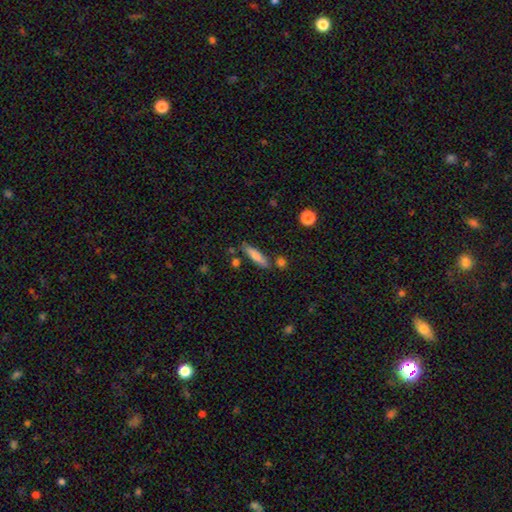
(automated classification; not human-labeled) smooth-or-featured: smooth: 70% | featured or disk: 23% | star or artifact: 7%
  how-rounded: cigar-shaped: 78% | in between: 20% | round: 2%
  merging: none: 77% | minor disturbance: 12% | merger: 7% | major disturbance: 3%